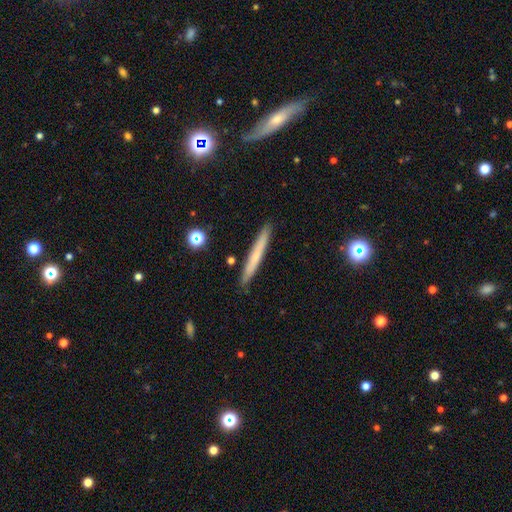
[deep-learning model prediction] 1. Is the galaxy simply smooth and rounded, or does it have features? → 59% smooth, 33% featured or disk, 8% star or artifact.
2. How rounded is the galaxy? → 96% cigar-shaped, 2% in between, 1% round.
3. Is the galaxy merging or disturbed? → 90% none, 7% minor disturbance, 1% major disturbance, 1% merger.